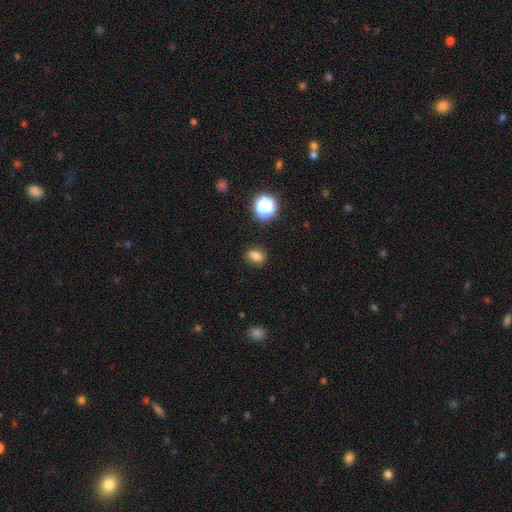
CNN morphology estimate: Smooth or featured?
  - smooth: 79% *
  - star or artifact: 15%
  - featured or disk: 6%
How rounded?
  - in between: 58% *
  - round: 40%
  - cigar-shaped: 1%
Merging?
  - none: 84% *
  - minor disturbance: 11%
  - major disturbance: 3%
  - merger: 2%